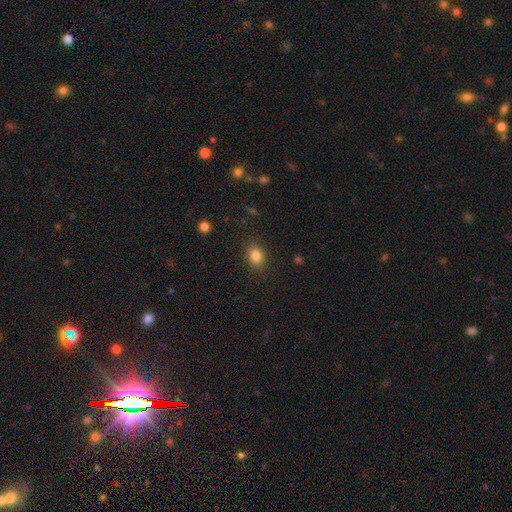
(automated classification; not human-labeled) smooth_or_featured: smooth (p=0.84) [alt: star or artifact p=0.11]
how_rounded: in between (p=0.62) [alt: round p=0.37]
merging: none (p=0.86) [alt: minor disturbance p=0.10]